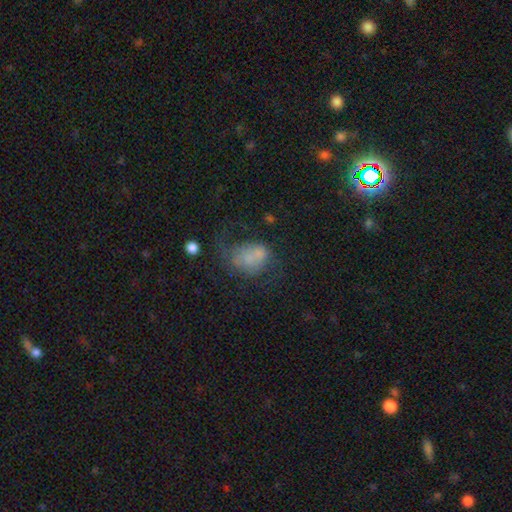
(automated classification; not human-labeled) smooth 54%, featured or disk 30%, star or artifact 15%. Down the decision tree: how rounded — in between (66%); merging — major disturbance (37%).